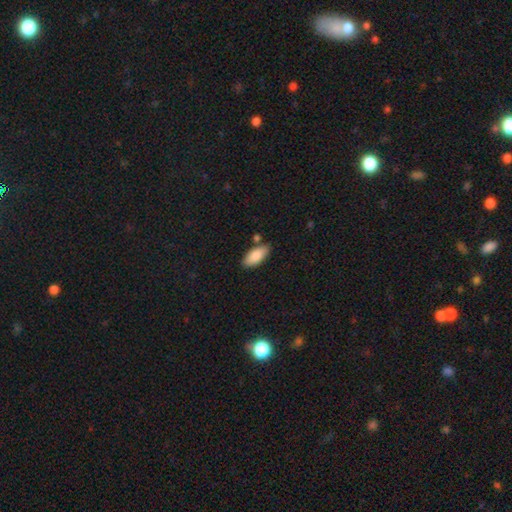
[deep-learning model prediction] Smooth or featured? Predicted: smooth (p=0.86). How rounded? Predicted: in between (p=0.87). Merging? Predicted: none (p=0.79).